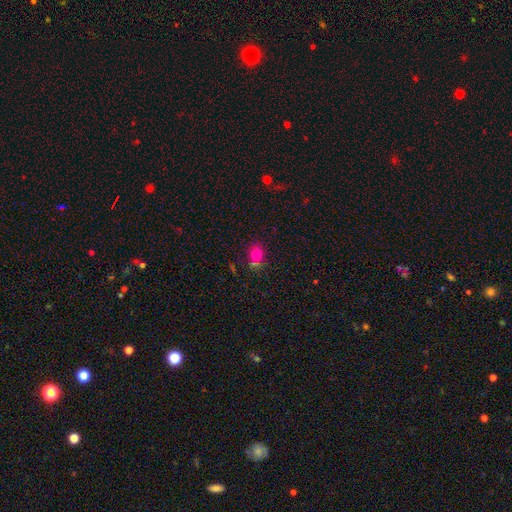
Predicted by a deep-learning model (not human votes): This appears to be a smooth galaxy with no disk features (76%) that is round (56%). Merging: none (57%).